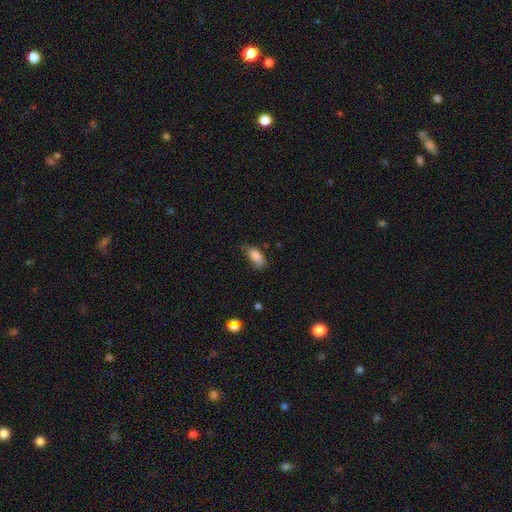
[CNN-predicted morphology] smooth-or-featured: smooth: 85% | star or artifact: 8% | featured or disk: 7%
  how-rounded: in between: 88% | cigar-shaped: 9% | round: 3%
  merging: none: 55% | minor disturbance: 34% | major disturbance: 9% | merger: 2%